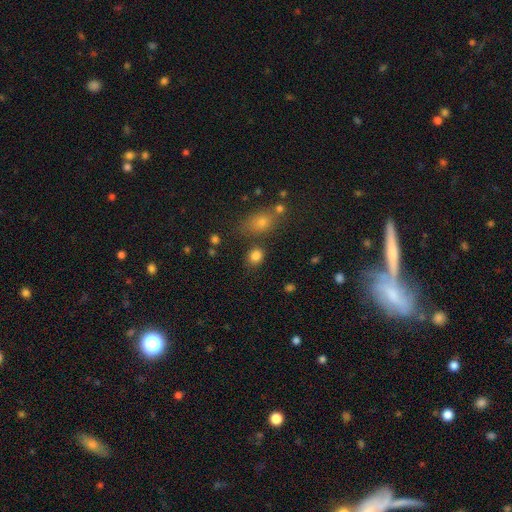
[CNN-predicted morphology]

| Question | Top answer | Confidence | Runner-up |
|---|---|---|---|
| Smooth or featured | smooth | 83% | star or artifact (12%) |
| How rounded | round | 60% | in between (39%) |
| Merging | none | 75% | minor disturbance (12%) |